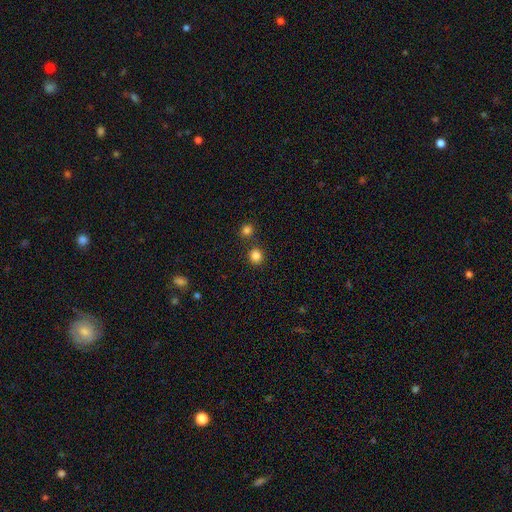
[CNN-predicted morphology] This is clearly a smooth galaxy (83%). How rounded: clearly round (89%). Merging: clearly none (84%).